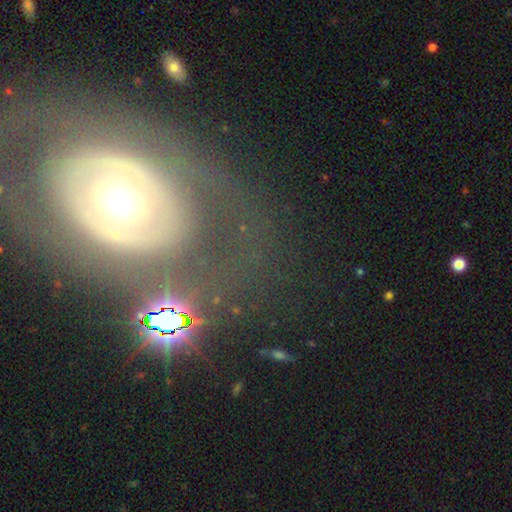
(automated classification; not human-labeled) Morphology: type=featured or disk (58%); edge-on=no (91%); bar=no (76%); spiral arms=no (64%); bulge=moderate (60%); merging=none (62%).